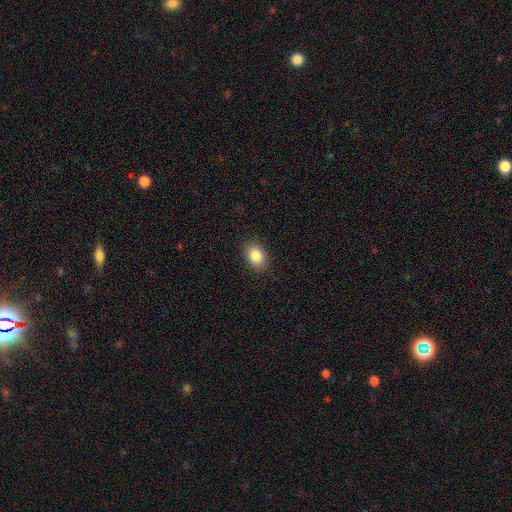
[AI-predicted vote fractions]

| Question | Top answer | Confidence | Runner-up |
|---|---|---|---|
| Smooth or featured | smooth | 85% | star or artifact (9%) |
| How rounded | in between | 75% | round (24%) |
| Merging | none | 88% | minor disturbance (8%) |